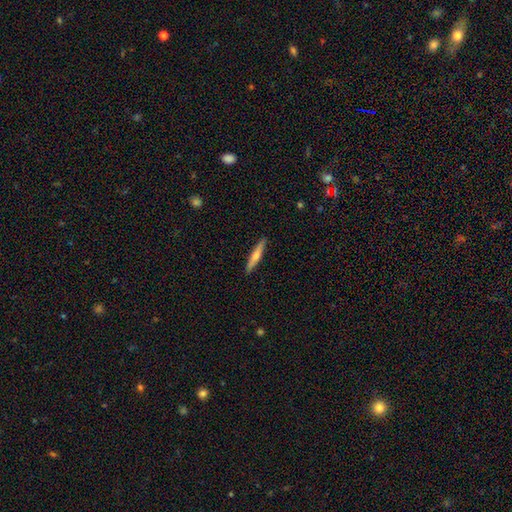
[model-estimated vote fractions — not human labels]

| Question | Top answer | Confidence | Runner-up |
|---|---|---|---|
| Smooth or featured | smooth | 56% | featured or disk (38%) |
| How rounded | cigar-shaped | 92% | in between (6%) |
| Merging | none | 91% | minor disturbance (7%) |